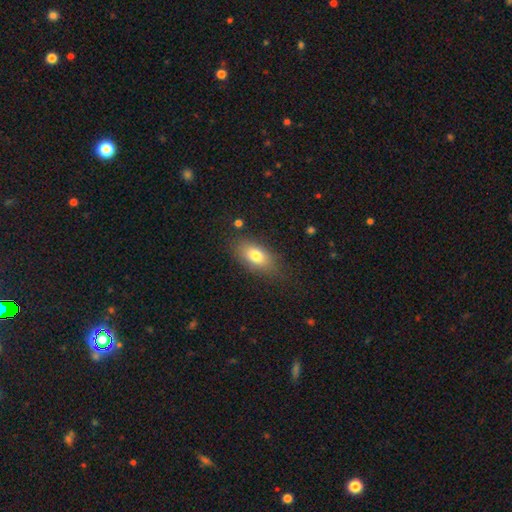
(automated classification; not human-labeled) smooth-or-featured: smooth: 77% | featured or disk: 14% | star or artifact: 9%
  how-rounded: in between: 85% | round: 8% | cigar-shaped: 7%
  merging: none: 78% | minor disturbance: 15% | major disturbance: 5% | merger: 2%